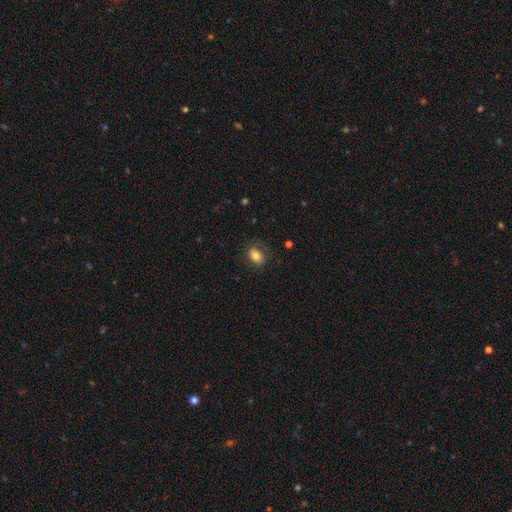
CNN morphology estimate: This appears to be a smooth galaxy with no disk features (79%) that is in between round and cigar-shaped (73%). Merging: none (80%).